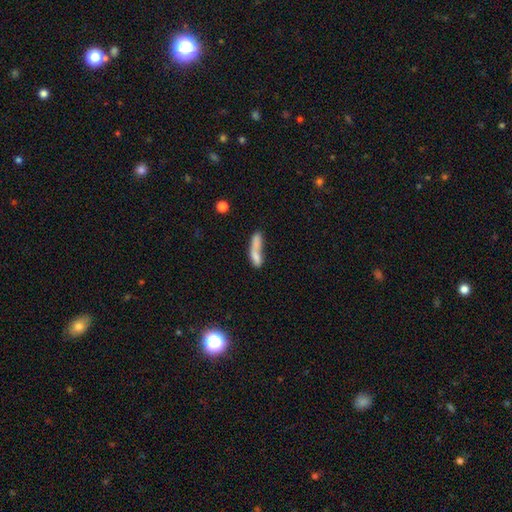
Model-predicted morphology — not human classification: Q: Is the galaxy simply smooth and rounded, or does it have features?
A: smooth — 70%.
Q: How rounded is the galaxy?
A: cigar-shaped — 58%.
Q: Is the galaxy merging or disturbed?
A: merger — 49%.